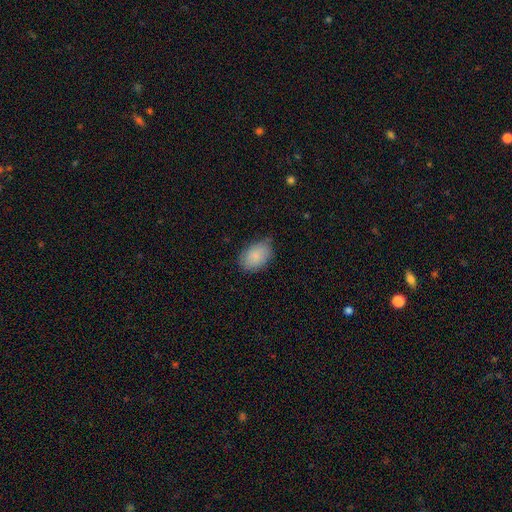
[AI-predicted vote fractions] The model was most divided on "merging": none: 71%, minor disturbance: 24%, major disturbance: 4%, merger: 1%. More confident: how rounded — in between (88%); smooth or featured — smooth (87%).